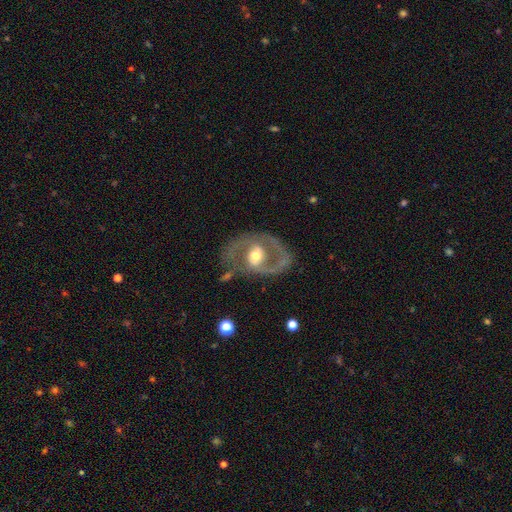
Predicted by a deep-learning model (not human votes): smooth-or-featured: featured or disk: 82% | smooth: 13% | star or artifact: 5%
  disk-edge-on: no: 96% | yes: 4%
    bar: no: 42% | weak: 38% | strong: 20%
    has-spiral-arms: yes: 78% | no: 22%
      spiral-winding: medium: 53% | tight: 24% | loose: 23%
      spiral-arm-count: 2: 82% | 1: 8% | can't tell: 7% | 3: 2% | 4: 1% | more than 4: 1%
    bulge-size: moderate: 70% | small: 16% | large: 12% | dominant: 1% | none: 1%
  merging: none: 68% | minor disturbance: 17% | major disturbance: 12% | merger: 3%